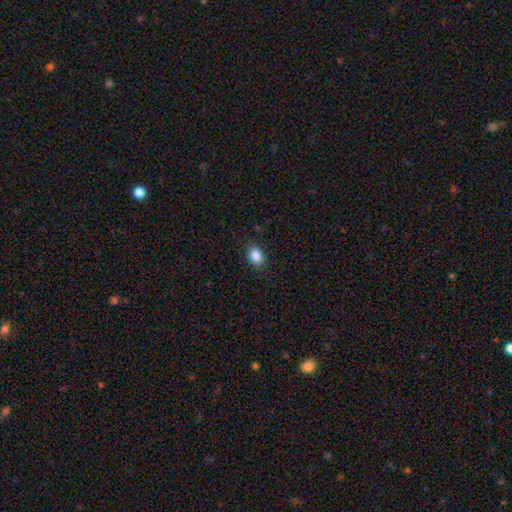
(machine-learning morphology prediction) A smooth galaxy with no disk features (87%) that is in between round and cigar-shaped (77%). Merging: none (87%).